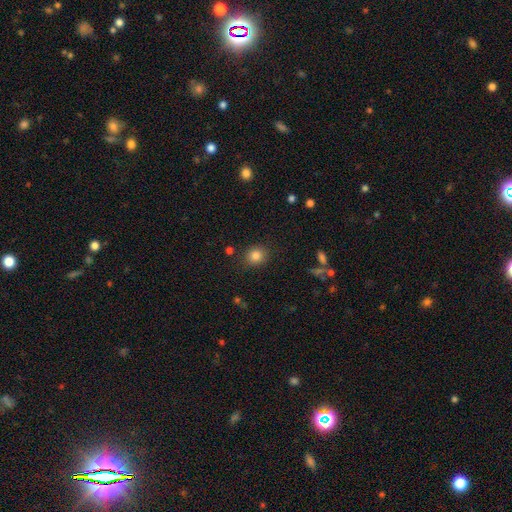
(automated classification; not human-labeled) Overall: smooth (83%). How rounded: round (77%). Merging: none (86%).